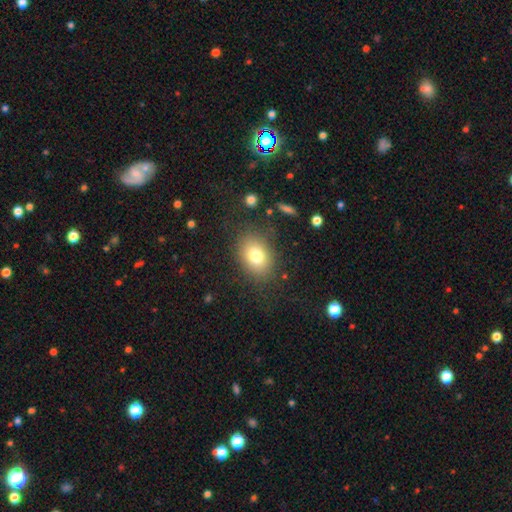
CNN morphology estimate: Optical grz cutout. It shows a smooth galaxy with no disk features (78%) that is in between round and cigar-shaped (65%). Merging: none (81%).